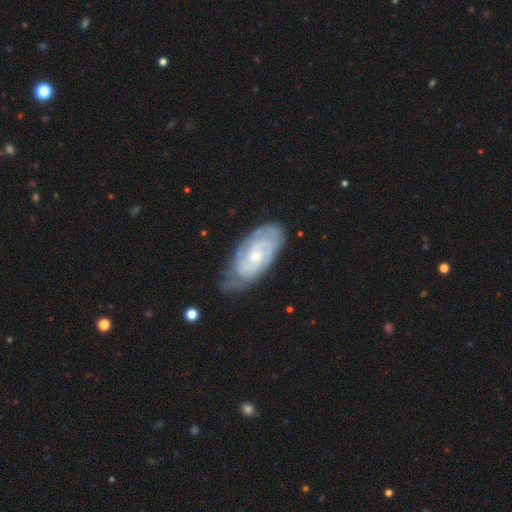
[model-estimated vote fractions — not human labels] Q: Smooth or featured?
A: featured or disk (82%); runner-up: smooth (13%)
Q: Edge-on disk?
A: no (95%); runner-up: yes (5%)
Q: Bar?
A: no (67%); runner-up: weak (28%)
Q: Spiral arms?
A: yes (95%); runner-up: no (5%)
Q: Spiral winding?
A: tight (72%); runner-up: medium (23%)
Q: Spiral arm count?
A: can't tell (36%); runner-up: 2 (33%)
Q: Bulge size?
A: small (61%); runner-up: moderate (34%)
Q: Merging?
A: none (67%); runner-up: minor disturbance (25%)